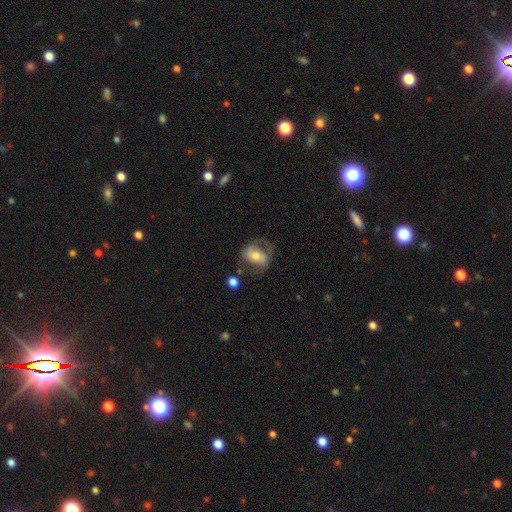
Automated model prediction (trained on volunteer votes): smooth-or-featured: featured or disk: 49% | smooth: 43% | star or artifact: 8%
  merging: none: 52% | minor disturbance: 23% | major disturbance: 21% | merger: 4%